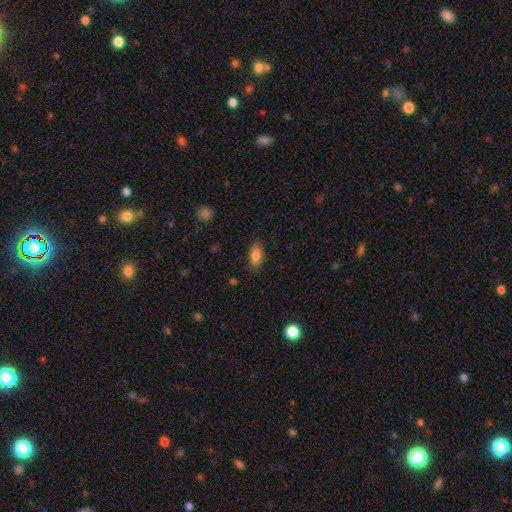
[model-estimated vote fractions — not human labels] Morphology: type=smooth (84%); roundness=in between (89%); merging=none (83%).